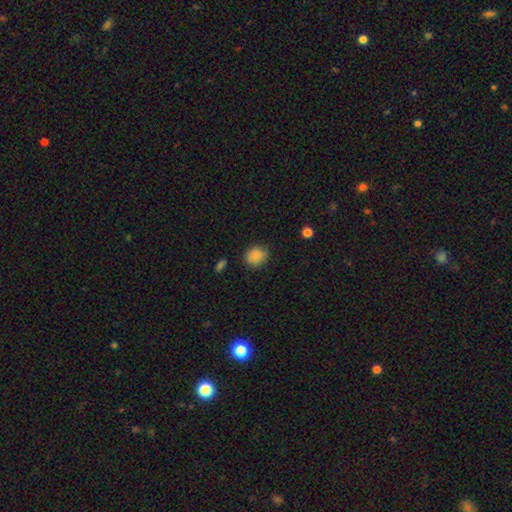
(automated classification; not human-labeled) The model was most divided on "how rounded": round: 73%, in between: 27%, cigar-shaped: 1%. More confident: smooth or featured — smooth (86%); merging — none (80%).